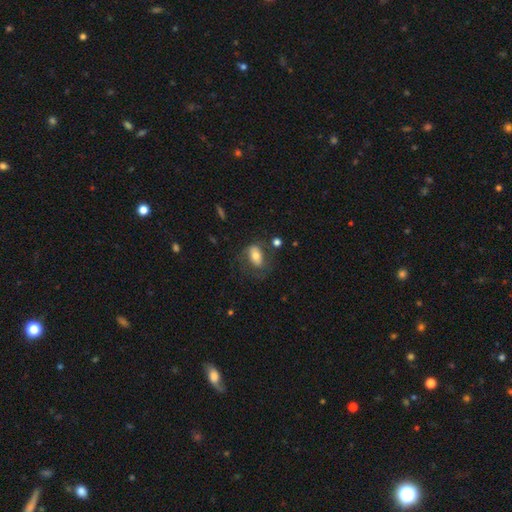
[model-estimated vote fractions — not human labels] This is likely a smooth galaxy (62%). How rounded: clearly in between (85%). Merging: possibly none (52%).